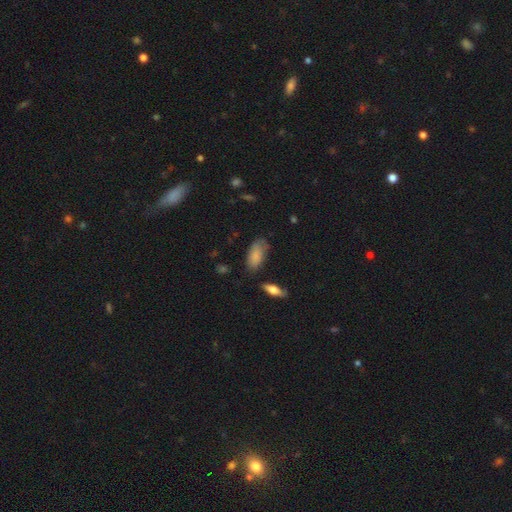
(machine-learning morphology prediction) smooth 80%, featured or disk 13%, star or artifact 7%. Down the decision tree: how rounded — in between (89%); merging — none (60%).